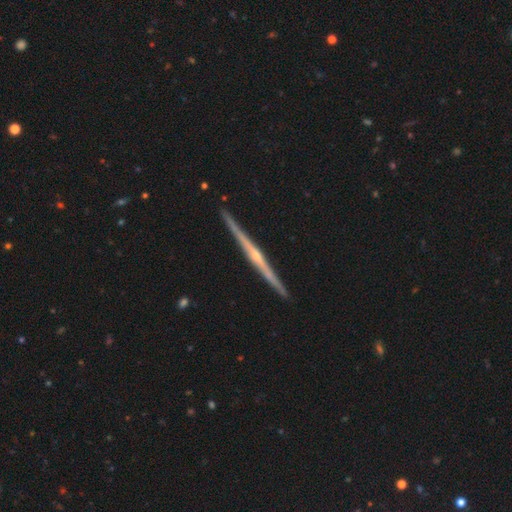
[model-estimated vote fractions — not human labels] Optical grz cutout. It shows a featured or disk galaxy (87%) viewed edge-on (99%) with a rounded central bulge (70%). Merging: none (92%).